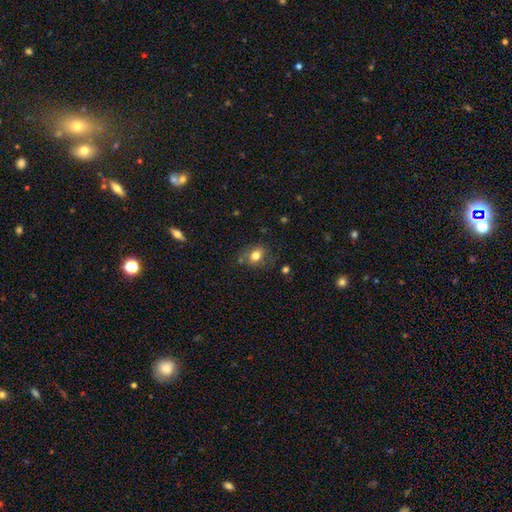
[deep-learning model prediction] smooth_or_featured: smooth (p=0.76) [alt: featured or disk p=0.13]
how_rounded: in between (p=0.54) [alt: round p=0.45]
merging: none (p=0.69) [alt: minor disturbance p=0.21]